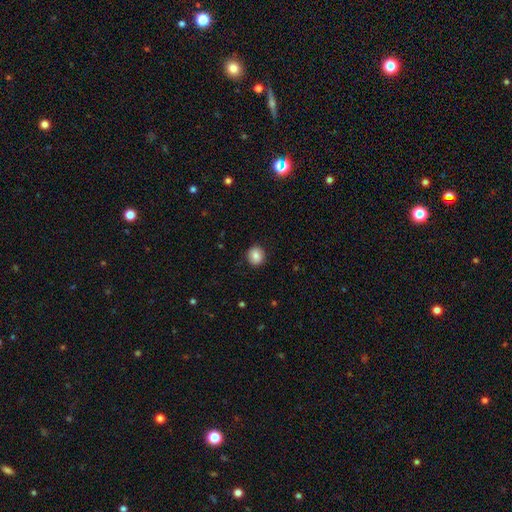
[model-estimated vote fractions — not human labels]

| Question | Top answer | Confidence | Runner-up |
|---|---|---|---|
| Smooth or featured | smooth | 84% | star or artifact (9%) |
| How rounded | round | 83% | in between (16%) |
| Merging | none | 90% | minor disturbance (7%) |